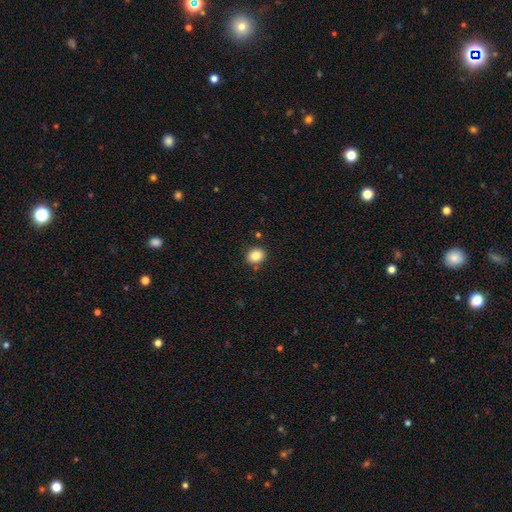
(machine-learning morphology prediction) This appears to be a smooth galaxy with no disk features (85%) that is round (68%). Merging: none (85%).